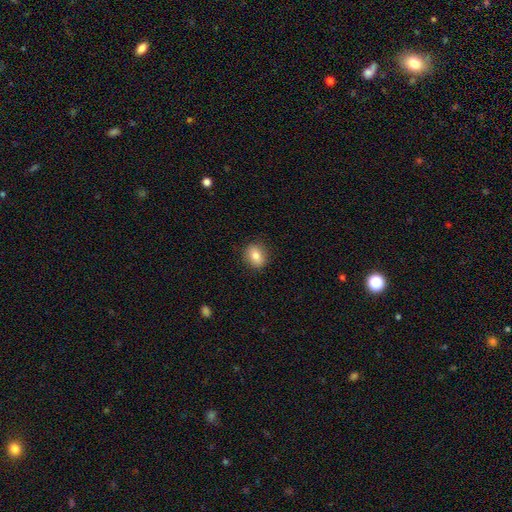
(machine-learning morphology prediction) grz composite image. It shows a smooth galaxy with no disk features (80%) that is round (53%). Merging: none (87%).